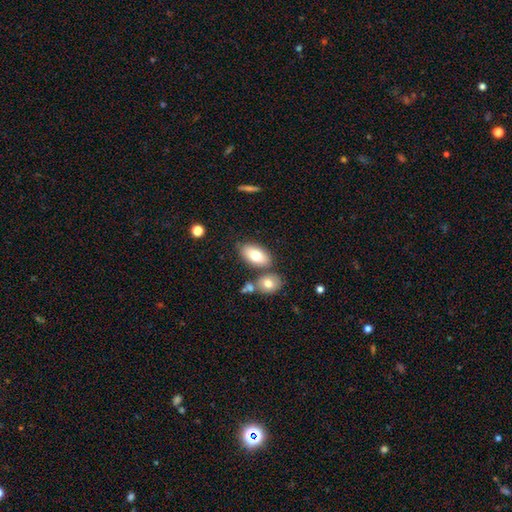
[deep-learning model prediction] Smooth or featured?
  - smooth: 76% *
  - featured or disk: 17%
  - star or artifact: 7%
How rounded?
  - in between: 92% *
  - round: 4%
  - cigar-shaped: 3%
Merging?
  - none: 67% *
  - merger: 19%
  - minor disturbance: 11%
  - major disturbance: 3%